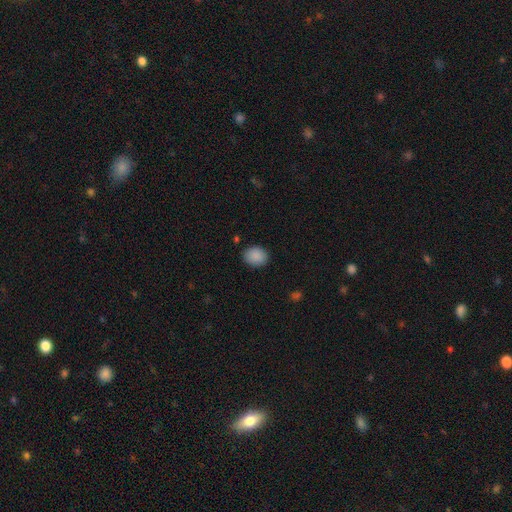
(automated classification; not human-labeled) smooth-or-featured: smooth: 89% | star or artifact: 8% | featured or disk: 3%
  how-rounded: round: 52% | in between: 47% | cigar-shaped: 1%
  merging: none: 87% | minor disturbance: 9% | major disturbance: 2% | merger: 1%